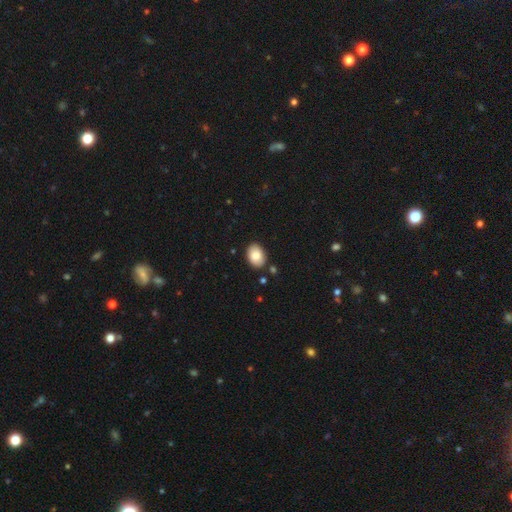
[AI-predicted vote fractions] smooth 85%, featured or disk 8%, star or artifact 7%. Down the decision tree: how rounded — in between (86%); merging — none (85%).